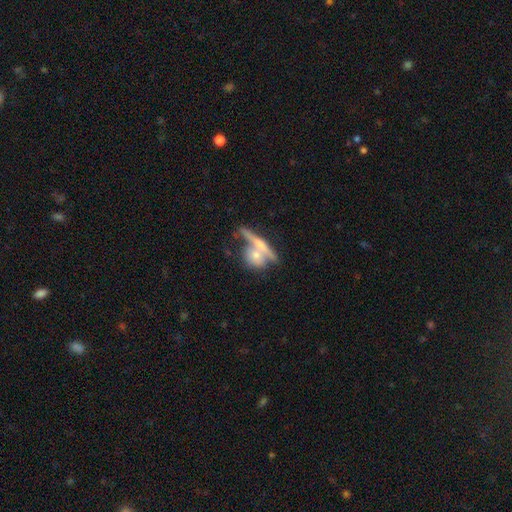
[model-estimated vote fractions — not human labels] A smooth galaxy with no disk features (52%) that is round (40%). Merging: merger (48%).